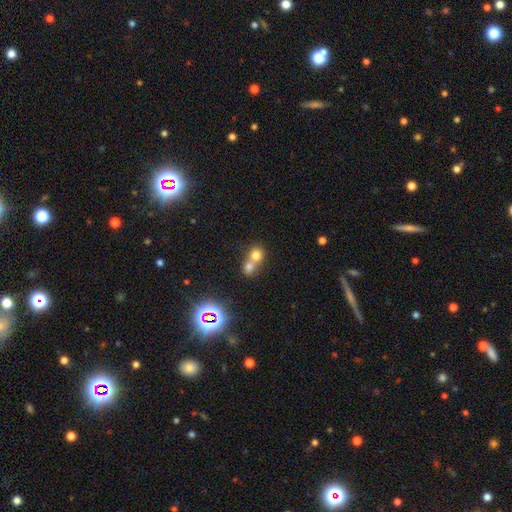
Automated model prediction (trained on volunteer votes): Smooth or featured? smooth (71%)
How rounded? round (78%)
Merging? merger (65%)